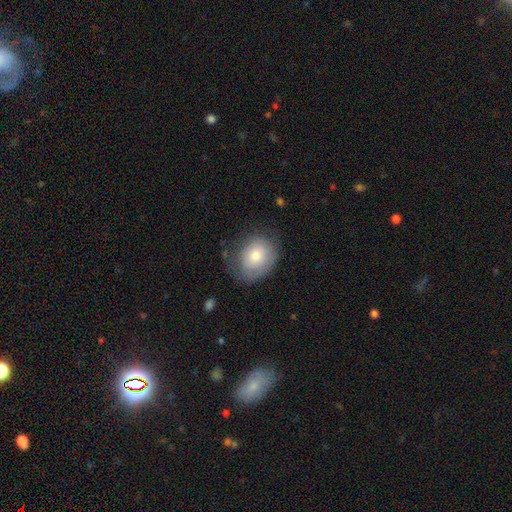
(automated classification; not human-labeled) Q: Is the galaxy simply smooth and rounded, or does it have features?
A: smooth — 68%.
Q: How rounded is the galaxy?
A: round — 52%.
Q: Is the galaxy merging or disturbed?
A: none — 63%.